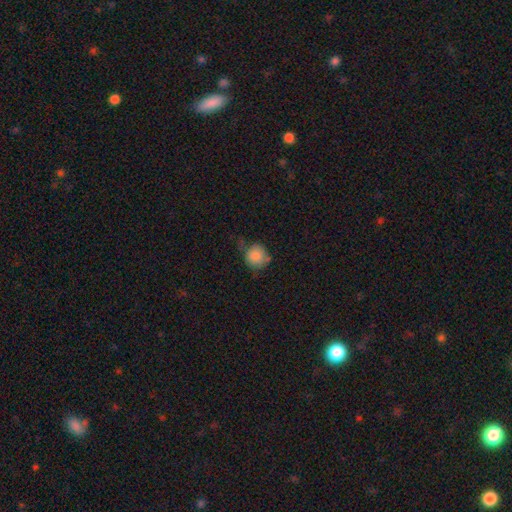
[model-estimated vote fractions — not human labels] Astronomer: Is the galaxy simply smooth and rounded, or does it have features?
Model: smooth — 83%.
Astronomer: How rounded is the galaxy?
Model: round — 85%.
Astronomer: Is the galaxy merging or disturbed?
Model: none — 53% (runner-up: minor disturbance, 32%).